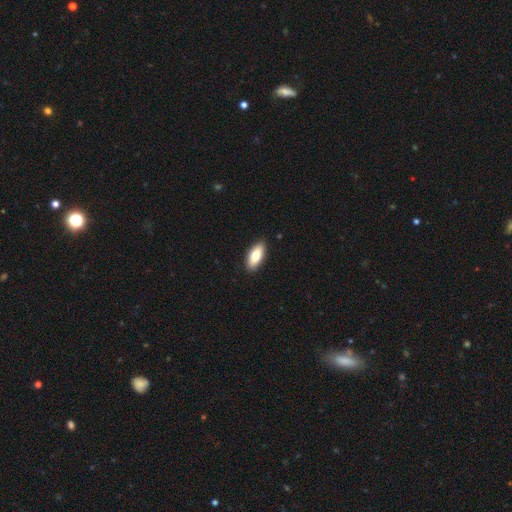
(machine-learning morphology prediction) smooth-or-featured: smooth: 81% | featured or disk: 13% | star or artifact: 6%
  how-rounded: in between: 83% | cigar-shaped: 15% | round: 2%
  merging: none: 89% | minor disturbance: 8% | major disturbance: 2% | merger: 1%